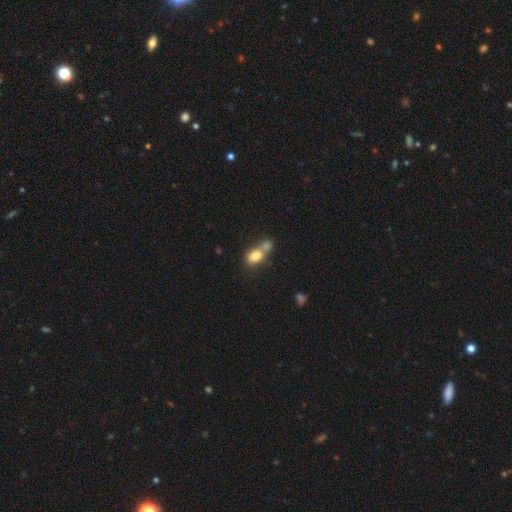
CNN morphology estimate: Overall: smooth (78%). How rounded: in between (75%). Merging: merger (58%; none 27%).